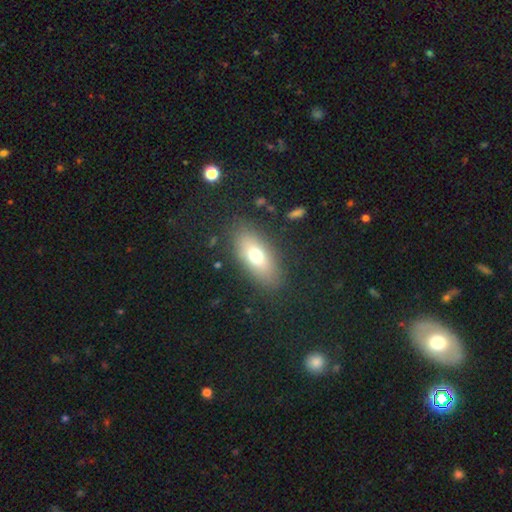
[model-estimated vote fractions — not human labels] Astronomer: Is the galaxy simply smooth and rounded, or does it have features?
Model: smooth — 68%.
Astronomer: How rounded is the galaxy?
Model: in between — 81%.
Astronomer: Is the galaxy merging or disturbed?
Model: none — 83%.